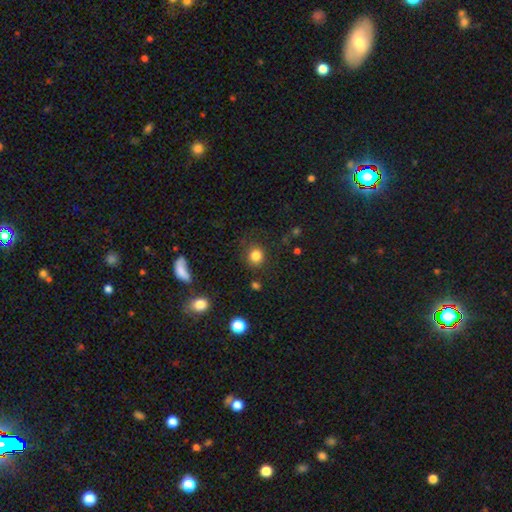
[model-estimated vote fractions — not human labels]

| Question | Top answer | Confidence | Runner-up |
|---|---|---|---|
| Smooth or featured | smooth | 82% | star or artifact (12%) |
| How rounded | round | 85% | in between (14%) |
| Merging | none | 83% | minor disturbance (10%) |